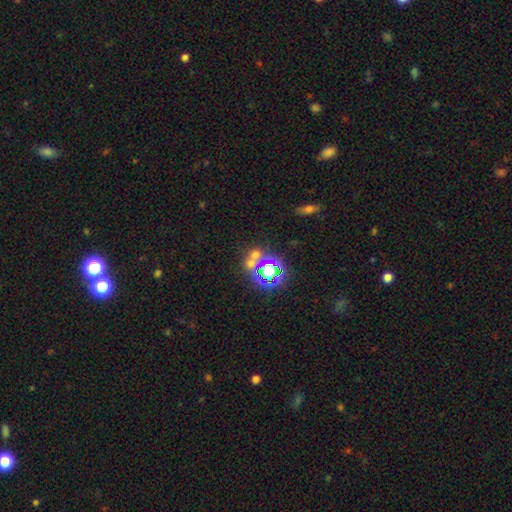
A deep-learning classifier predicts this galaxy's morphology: Smooth or featured: star or artifact — 47% (smooth — 42%)